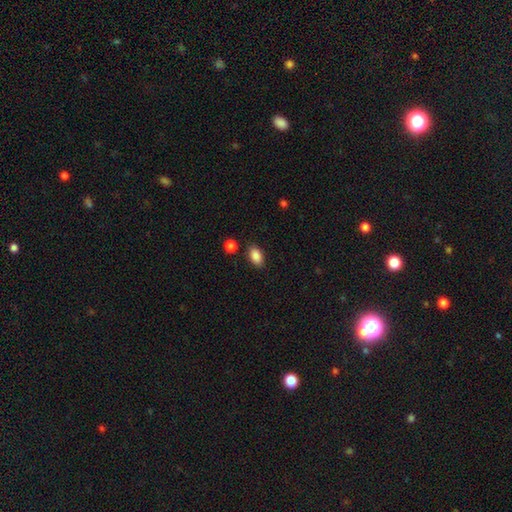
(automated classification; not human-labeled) The model was most divided on "merging": none: 84%, minor disturbance: 10%, merger: 3%, major disturbance: 3%. More confident: how rounded — in between (90%); smooth or featured — smooth (87%).